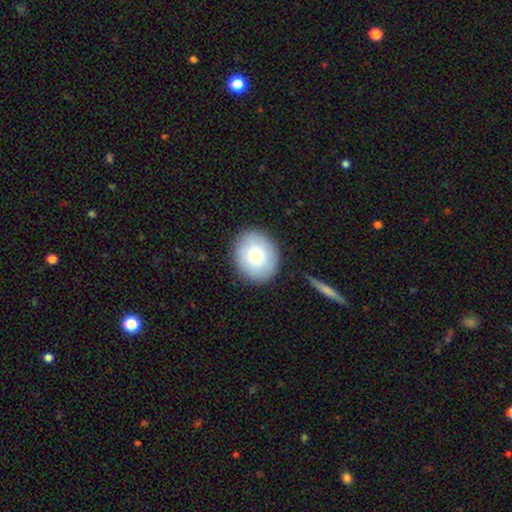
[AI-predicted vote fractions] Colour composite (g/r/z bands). It shows a smooth galaxy with no disk features (79%) that is round (69%). Merging: none (87%).